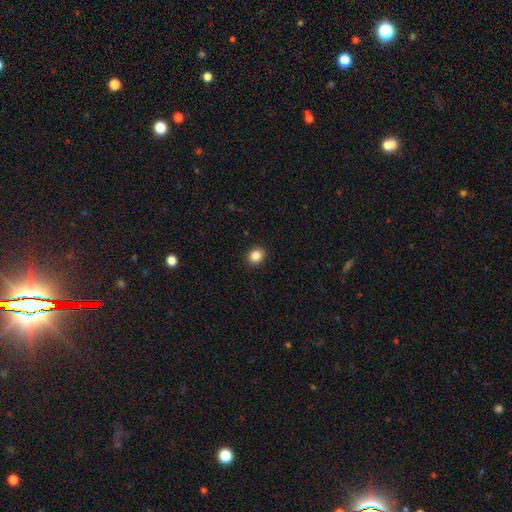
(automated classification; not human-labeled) This is clearly a smooth galaxy (86%). How rounded: likely round (71%). Merging: clearly none (91%).